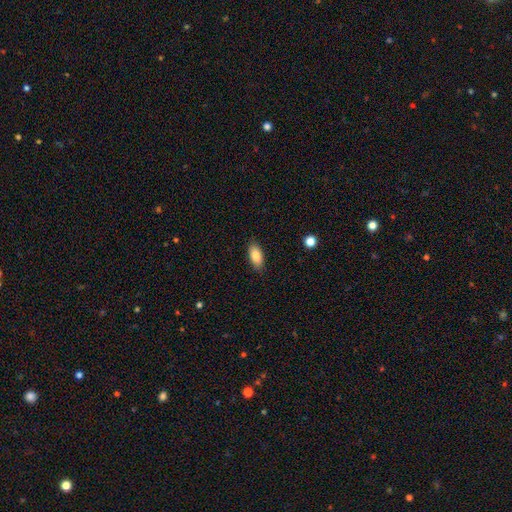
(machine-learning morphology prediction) This appears to be a smooth galaxy with no disk features (85%) that is in between round and cigar-shaped (88%). Merging: none (87%).